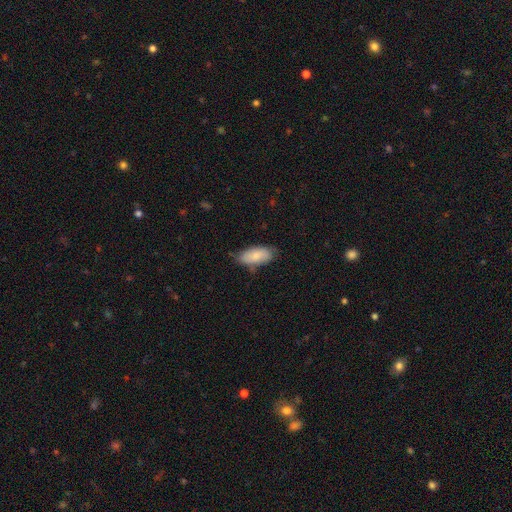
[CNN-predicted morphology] smooth 79%, featured or disk 15%, star or artifact 6%. Down the decision tree: how rounded — in between (90%); merging — none (66%).